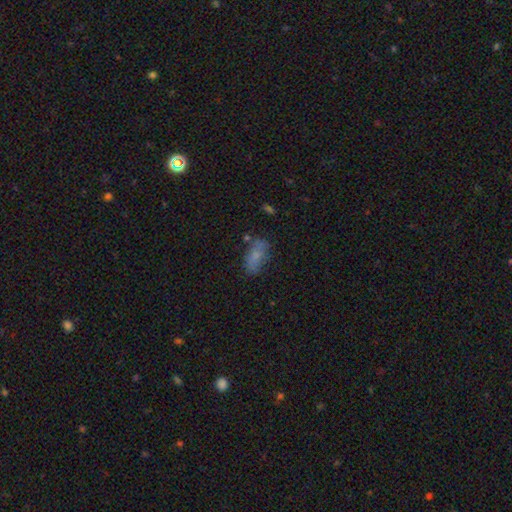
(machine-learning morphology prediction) A smooth galaxy with no disk features (71%) that is in between round and cigar-shaped (83%).

Vote fractions:
- Smooth or featured? smooth: 71% / featured or disk: 18% / star or artifact: 11%
- How rounded? in between: 83% / cigar-shaped: 12% / round: 5%
- Merging? none: 57% / minor disturbance: 24% / major disturbance: 10% / merger: 9%